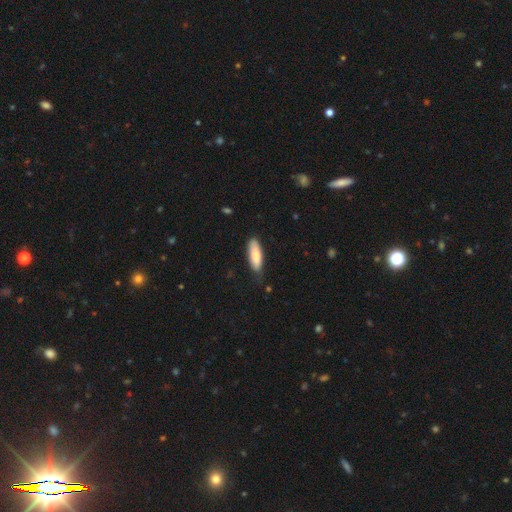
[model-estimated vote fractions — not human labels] smooth 81%, featured or disk 13%, star or artifact 6%. Down the decision tree: how rounded — in between (57%); merging — none (70%).